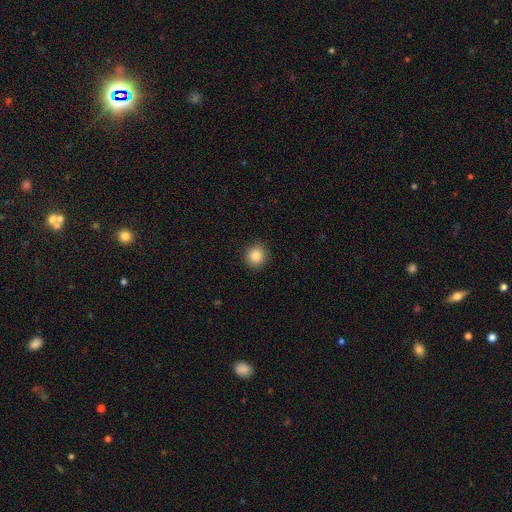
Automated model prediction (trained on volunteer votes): smooth-or-featured: smooth: 85% | star or artifact: 10% | featured or disk: 5%
  how-rounded: round: 91% | in between: 8% | cigar-shaped: 1%
  merging: none: 90% | minor disturbance: 7% | major disturbance: 2% | merger: 1%